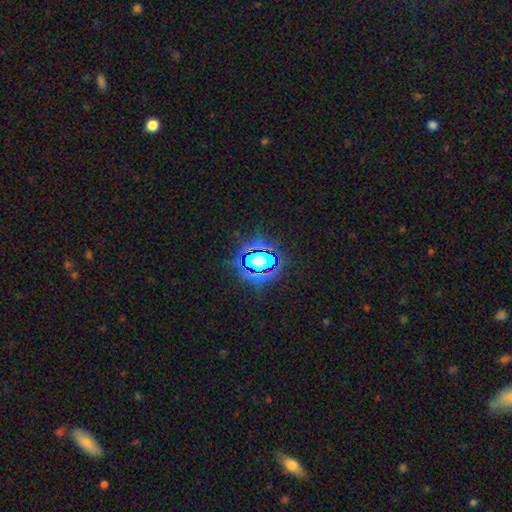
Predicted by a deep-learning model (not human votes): smooth-or-featured: star or artifact: 74% | smooth: 16% | featured or disk: 10%